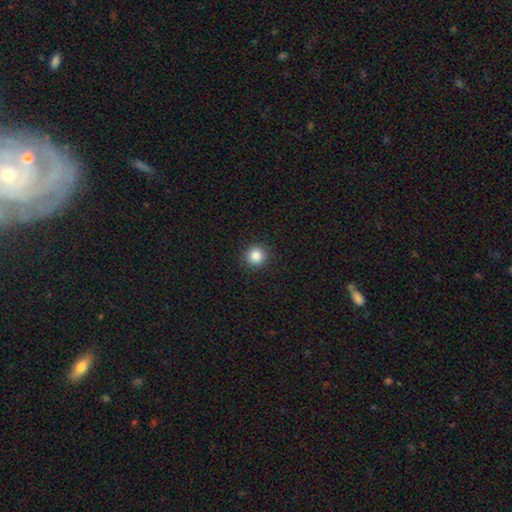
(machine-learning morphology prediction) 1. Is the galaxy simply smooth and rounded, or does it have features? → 86% smooth, 10% star or artifact, 4% featured or disk.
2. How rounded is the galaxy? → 94% round, 5% in between, 1% cigar-shaped.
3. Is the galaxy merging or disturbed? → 91% none, 6% minor disturbance, 2% major disturbance, 1% merger.